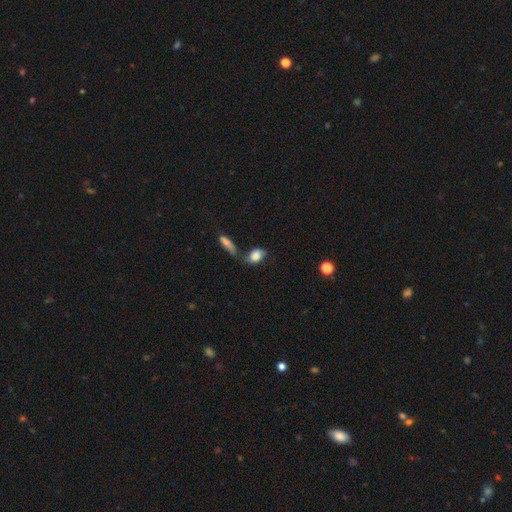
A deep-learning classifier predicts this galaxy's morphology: Overall: smooth (80%). How rounded: in between (81%). Merging: none (37%; merger 31%).